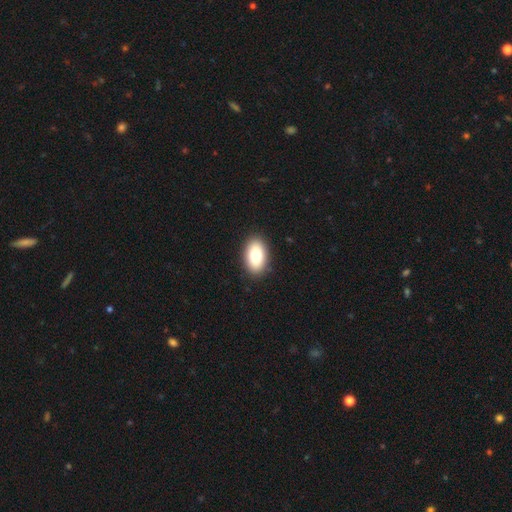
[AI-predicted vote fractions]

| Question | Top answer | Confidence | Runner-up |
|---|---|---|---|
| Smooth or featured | smooth | 81% | featured or disk (12%) |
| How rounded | in between | 92% | round (7%) |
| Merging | none | 90% | minor disturbance (7%) |